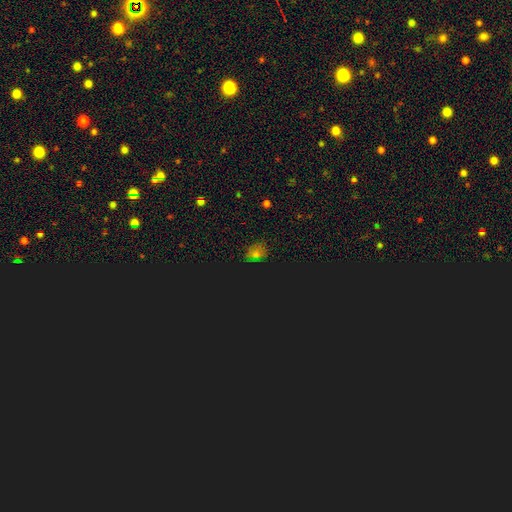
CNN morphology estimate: Q: Smooth or featured?
A: star or artifact (50%); runner-up: smooth (42%)